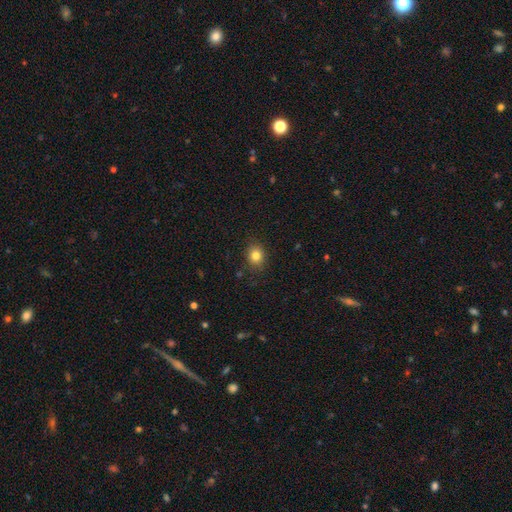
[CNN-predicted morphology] smooth-or-featured: smooth: 81% | star or artifact: 12% | featured or disk: 7%
  how-rounded: round: 60% | in between: 39% | cigar-shaped: 1%
  merging: none: 85% | minor disturbance: 11% | major disturbance: 3% | merger: 1%